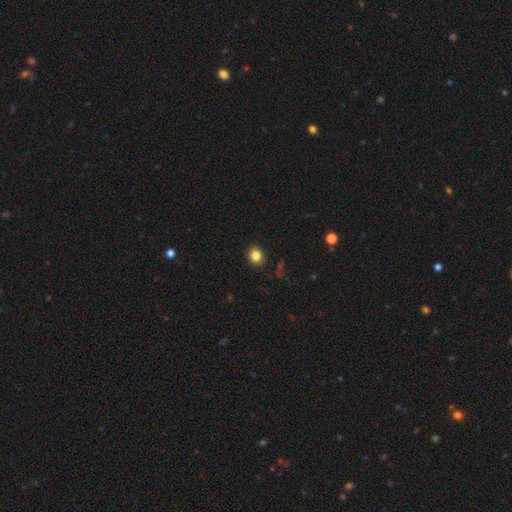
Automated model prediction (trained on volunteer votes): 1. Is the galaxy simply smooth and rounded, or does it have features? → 84% smooth, 11% star or artifact, 6% featured or disk.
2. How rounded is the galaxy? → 64% round, 35% in between, 1% cigar-shaped.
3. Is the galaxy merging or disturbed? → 90% none, 7% minor disturbance, 2% major disturbance, 1% merger.